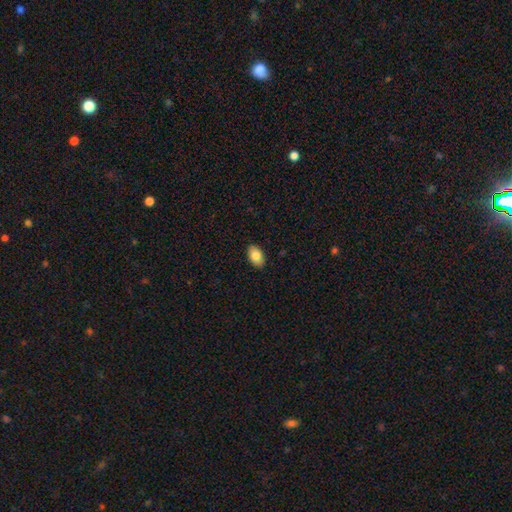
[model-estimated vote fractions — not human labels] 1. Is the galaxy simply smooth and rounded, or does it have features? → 85% smooth, 8% featured or disk, 7% star or artifact.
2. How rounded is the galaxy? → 92% in between, 6% round, 1% cigar-shaped.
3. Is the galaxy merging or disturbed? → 89% none, 8% minor disturbance, 2% major disturbance, 1% merger.